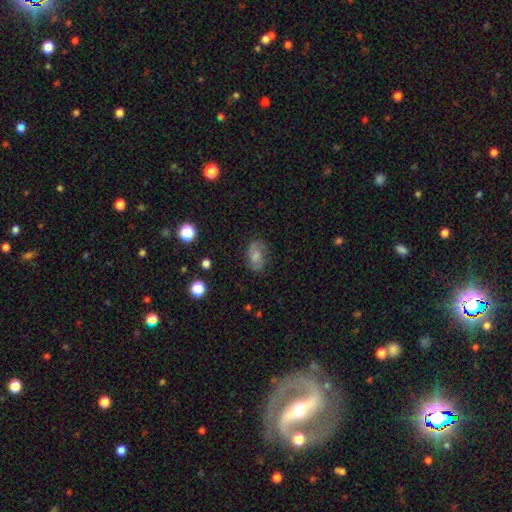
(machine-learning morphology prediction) This is likely a smooth galaxy (65%). How rounded: clearly in between (85%). Merging: likely none (69%).